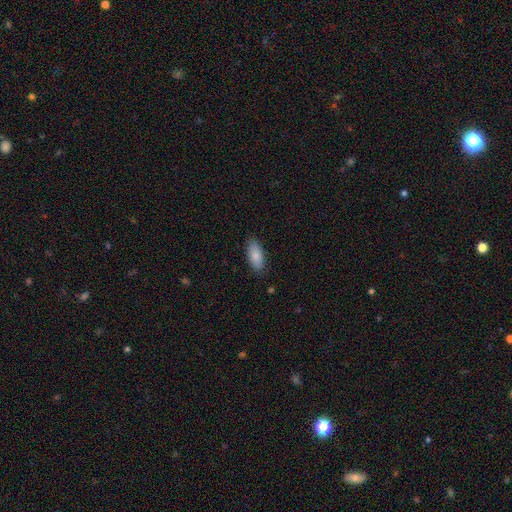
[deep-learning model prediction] This appears to be a smooth galaxy with no disk features (86%) that is in between round and cigar-shaped (84%). Merging: none (85%).